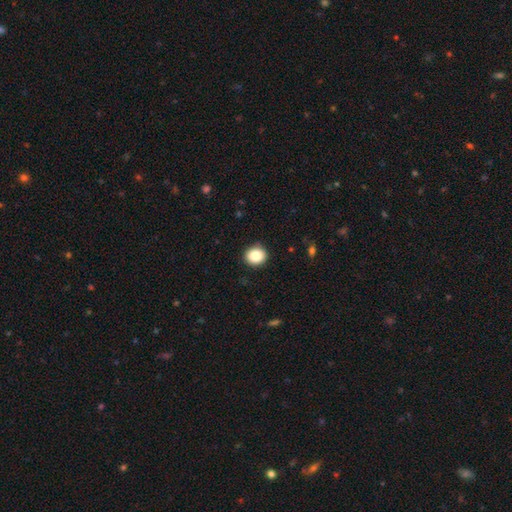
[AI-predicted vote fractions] This is clearly a smooth galaxy (84%). How rounded: likely round (79%). Merging: clearly none (90%).